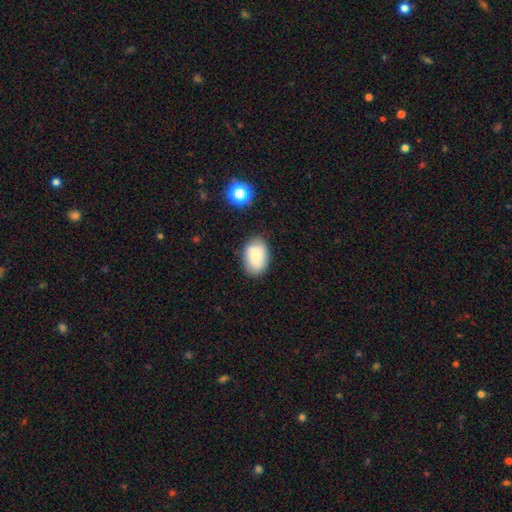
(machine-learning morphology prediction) Q: Smooth or featured?
A: smooth (84%); runner-up: star or artifact (8%)
Q: How rounded?
A: in between (85%); runner-up: round (14%)
Q: Merging?
A: none (80%); runner-up: minor disturbance (15%)